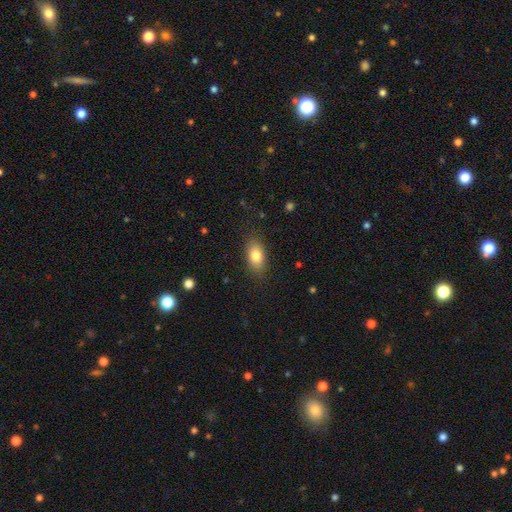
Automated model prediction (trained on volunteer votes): A smooth galaxy with no disk features (82%) that is in between round and cigar-shaped (87%). Merging: none (84%).